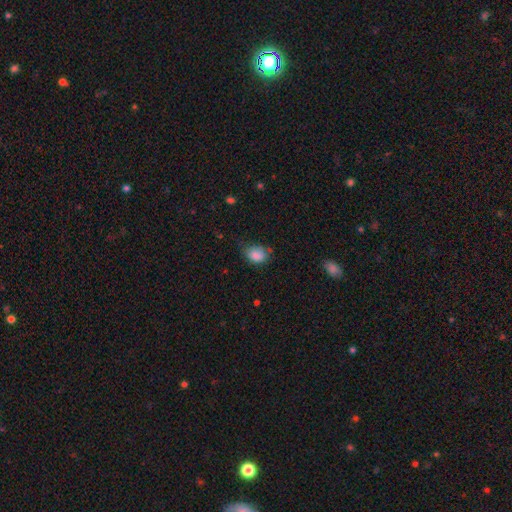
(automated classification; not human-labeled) Smooth or featured: smooth — 83% (star or artifact — 9%)
How rounded: in between — 68% (round — 31%)
Merging: none — 51% (minor disturbance — 36%)